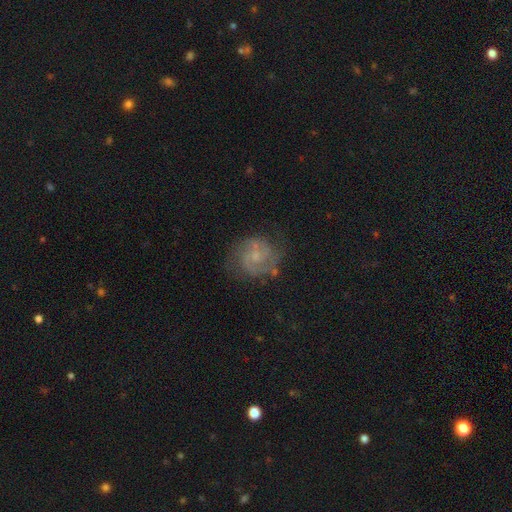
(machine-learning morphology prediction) The model was most divided on "bar": no: 49%, weak: 44%, strong: 7%. More confident: edge-on disk — no (98%); spiral arms — yes (93%); smooth or featured — featured or disk (78%); spiral arm count — 2 (77%); merging — none (70%); bulge size — small (56%); spiral winding — medium (51%).